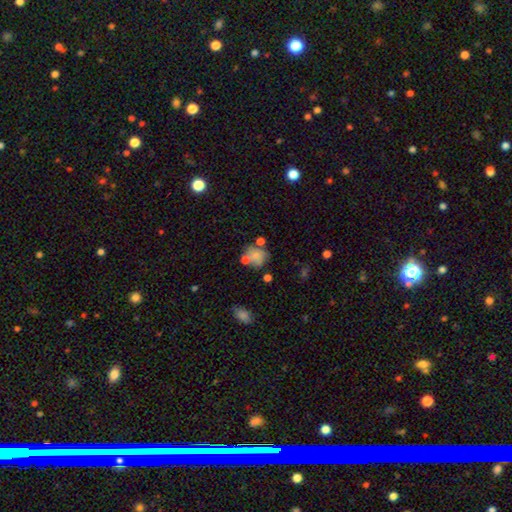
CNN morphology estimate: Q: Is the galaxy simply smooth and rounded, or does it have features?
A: smooth — 71%.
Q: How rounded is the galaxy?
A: round — 73%.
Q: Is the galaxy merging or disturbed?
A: none — 51%.